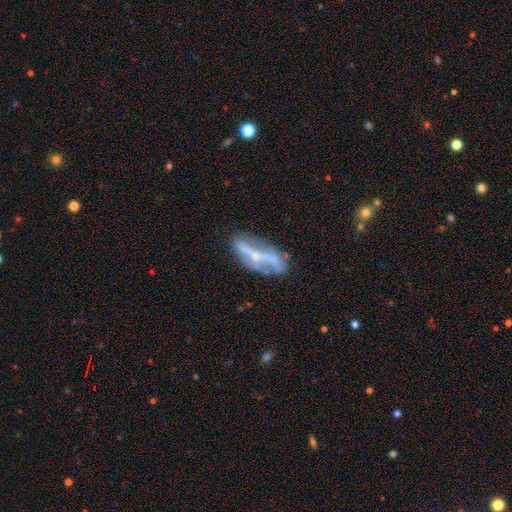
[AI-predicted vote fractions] Morphology: type=featured or disk (73%); edge-on=no (67%); merging=none (61%).